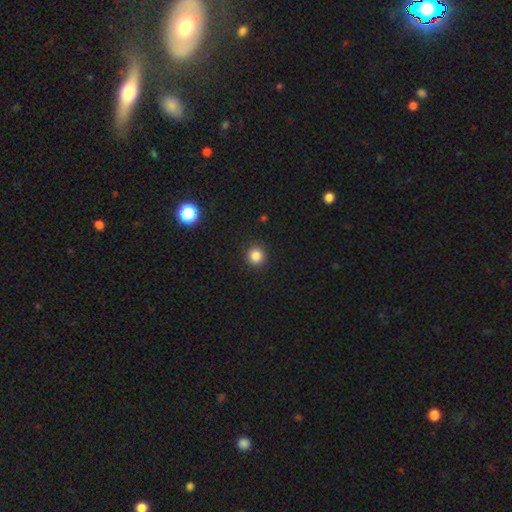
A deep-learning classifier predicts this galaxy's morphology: smooth 85%, star or artifact 11%, featured or disk 4%. Down the decision tree: how rounded — round (93%); merging — none (92%).